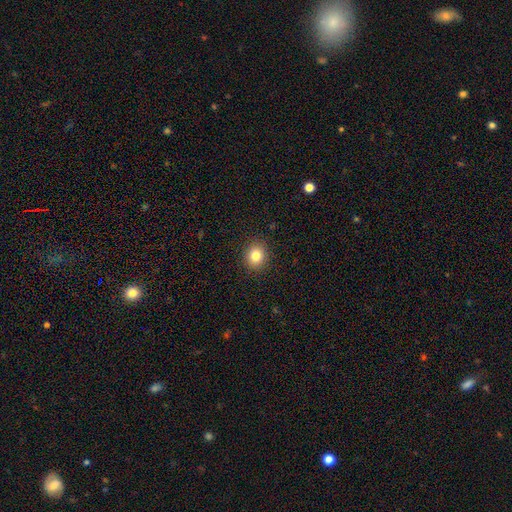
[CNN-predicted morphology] A smooth galaxy with no disk features (82%) that is round (76%).

Vote fractions:
- Smooth or featured? smooth: 82% / star or artifact: 11% / featured or disk: 7%
- How rounded? round: 76% / in between: 23% / cigar-shaped: 1%
- Merging? none: 91% / minor disturbance: 6% / major disturbance: 2% / merger: 1%